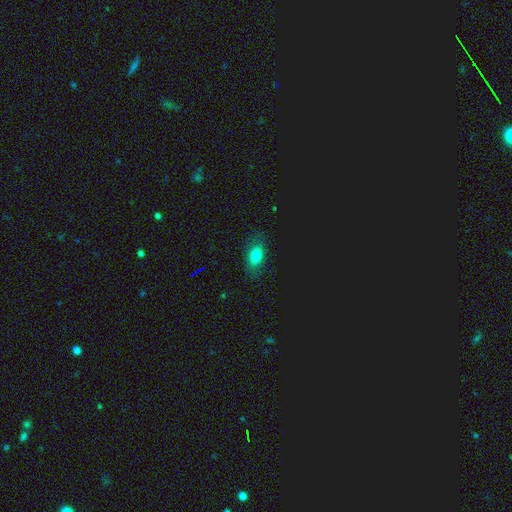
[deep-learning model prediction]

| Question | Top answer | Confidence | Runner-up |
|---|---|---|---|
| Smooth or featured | smooth | 69% | star or artifact (19%) |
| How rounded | in between | 83% | round (12%) |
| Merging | none | 81% | minor disturbance (13%) |